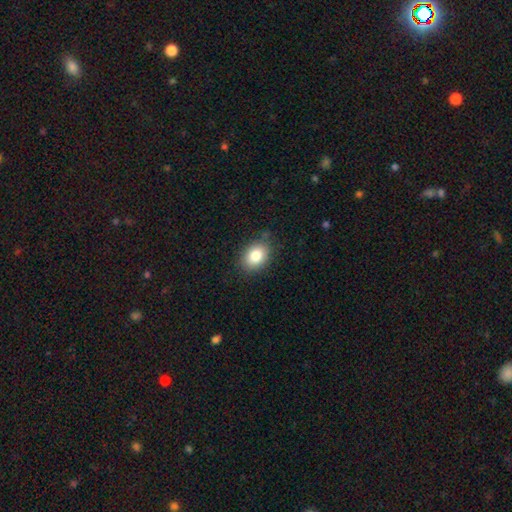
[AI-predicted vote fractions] This is clearly a smooth galaxy (84%). How rounded: likely in between (75%). Merging: clearly none (82%).